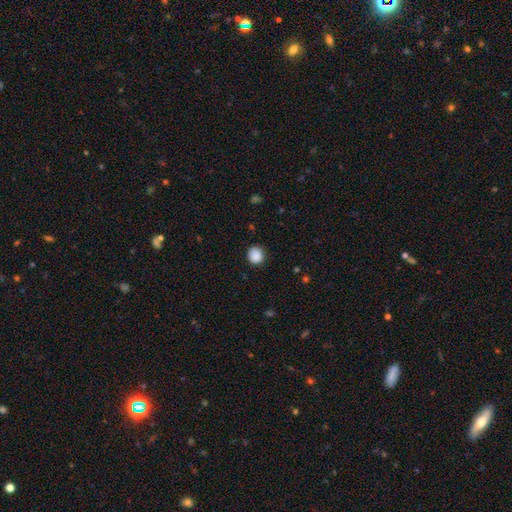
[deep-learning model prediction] smooth 88%, star or artifact 9%, featured or disk 3%. Down the decision tree: how rounded — round (87%); merging — none (88%).